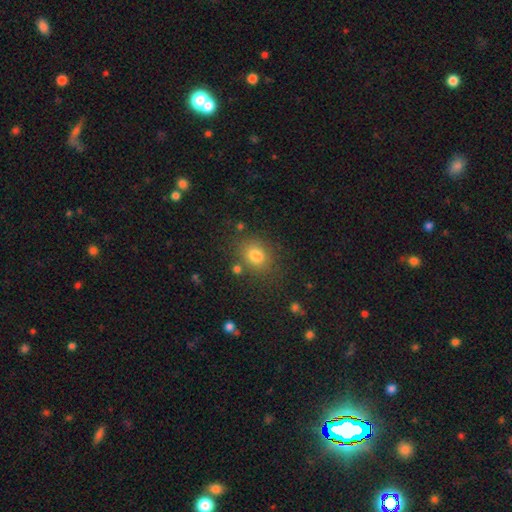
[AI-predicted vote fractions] Morphology: type=smooth (79%); roundness=round (52%); merging=none (77%).